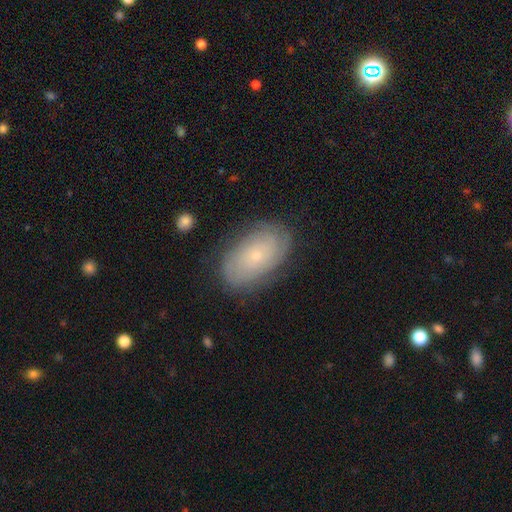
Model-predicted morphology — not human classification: Smooth or featured? Predicted: featured or disk (p=0.59). Edge-on disk? Predicted: no (p=0.94). Bar? Predicted: no (p=0.86). Spiral arms? Predicted: yes (p=0.77). Bulge size? Predicted: small (p=0.83). Merging? Predicted: none (p=0.79).